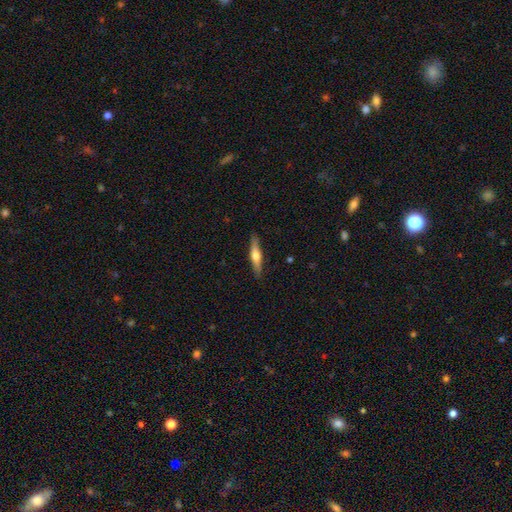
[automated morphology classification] The model was most divided on "smooth or featured": featured or disk: 50%, smooth: 45%, star or artifact: 5%. More confident: merging — none (89%).